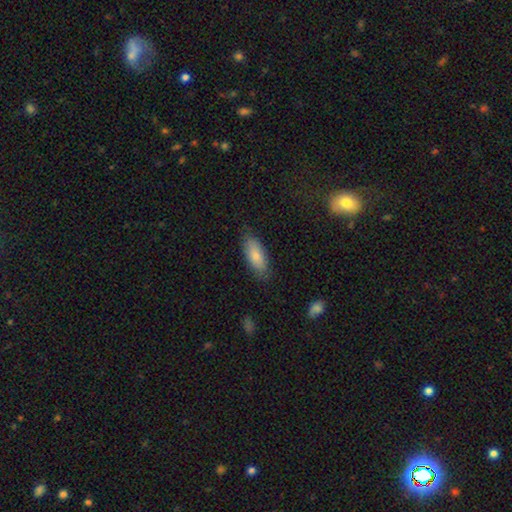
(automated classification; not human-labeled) smooth-or-featured: smooth: 82% | featured or disk: 12% | star or artifact: 6%
  how-rounded: in between: 81% | cigar-shaped: 18% | round: 2%
  merging: none: 81% | minor disturbance: 15% | major disturbance: 3% | merger: 1%